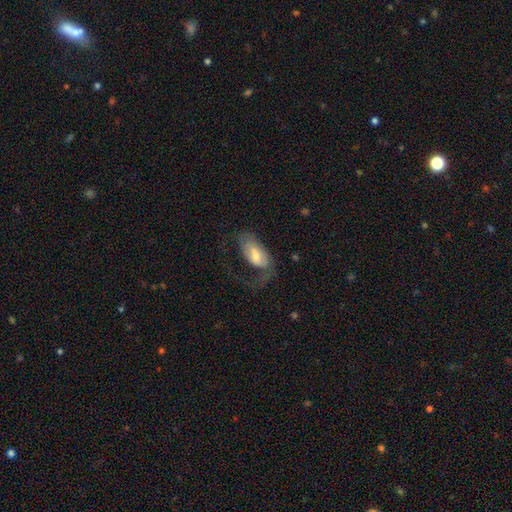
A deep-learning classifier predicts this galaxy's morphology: This is possibly a smooth galaxy (49%). Merging: possibly major disturbance (49%).